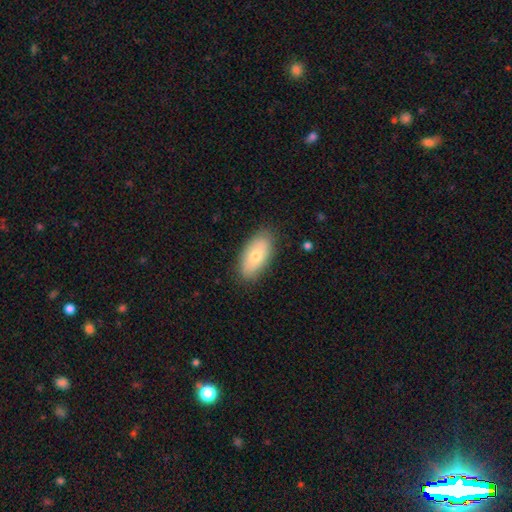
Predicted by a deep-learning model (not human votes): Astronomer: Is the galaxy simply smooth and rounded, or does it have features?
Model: smooth — 68%.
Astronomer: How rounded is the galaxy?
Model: in between — 92%.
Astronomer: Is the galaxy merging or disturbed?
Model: none — 84%.